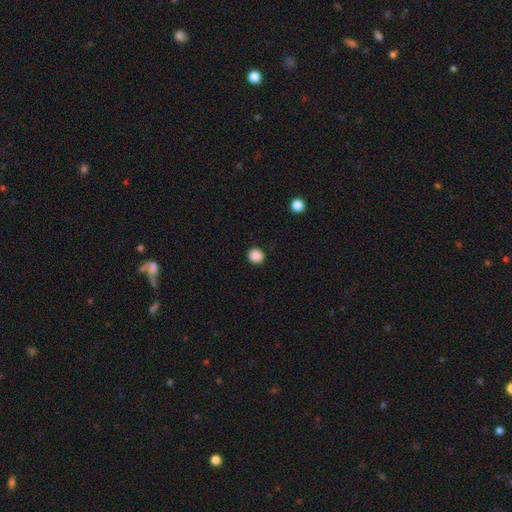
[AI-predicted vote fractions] Smooth or featured? smooth (88%)
How rounded? round (93%)
Merging? none (92%)